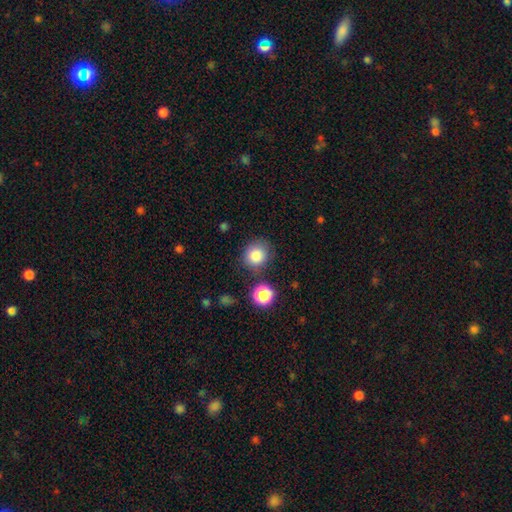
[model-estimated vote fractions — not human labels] Smooth or featured? smooth (84%)
How rounded? round (84%)
Merging? none (78%)